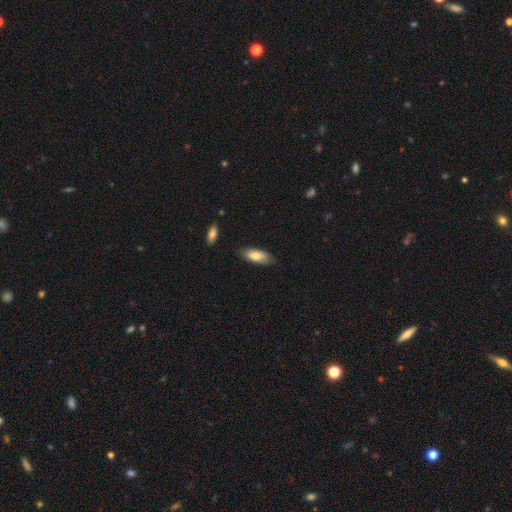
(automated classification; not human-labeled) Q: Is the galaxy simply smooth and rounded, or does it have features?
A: smooth — 74%.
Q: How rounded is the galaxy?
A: in between — 74%.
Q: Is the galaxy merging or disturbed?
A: none — 80%.